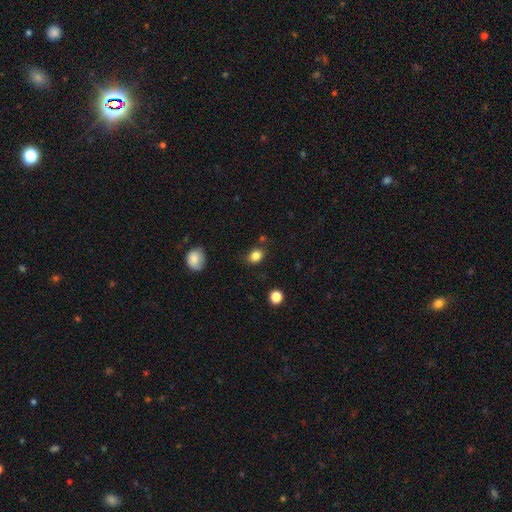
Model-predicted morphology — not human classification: Q: Smooth or featured?
A: smooth (84%); runner-up: star or artifact (11%)
Q: How rounded?
A: round (50%); runner-up: in between (49%)
Q: Merging?
A: none (81%); runner-up: minor disturbance (13%)